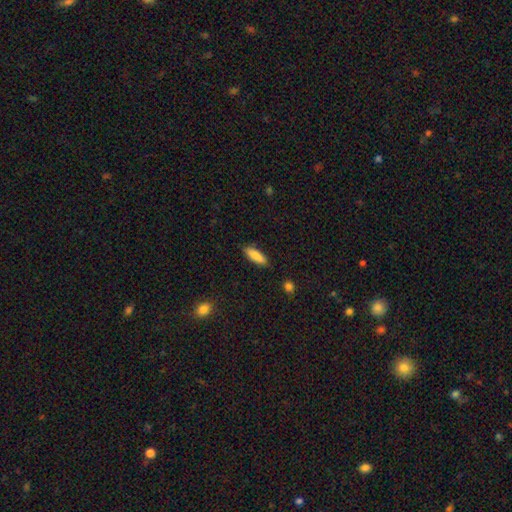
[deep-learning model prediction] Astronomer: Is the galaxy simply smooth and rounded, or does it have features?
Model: smooth — 87%.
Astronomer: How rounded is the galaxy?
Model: in between — 57% (runner-up: cigar-shaped, 42%).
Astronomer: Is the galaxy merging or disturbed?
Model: none — 86%.